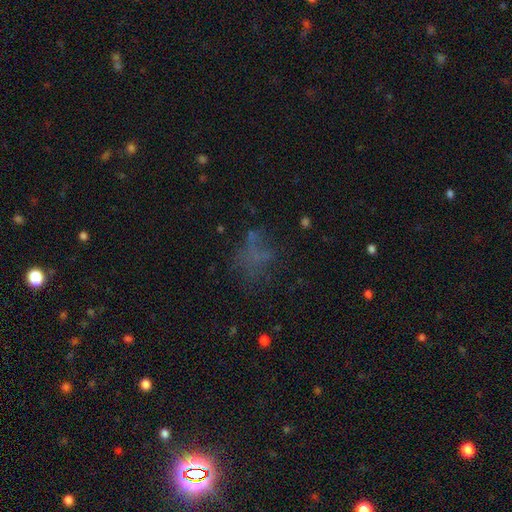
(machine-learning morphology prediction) smooth 40%, star or artifact 32%, featured or disk 28%. Down the decision tree: merging — none (51%).